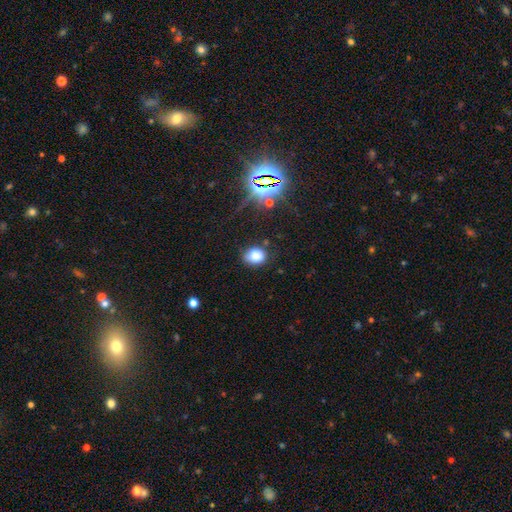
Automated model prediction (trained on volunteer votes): This appears to be a smooth galaxy with no disk features (78%) that is in between round and cigar-shaped (50%). Merging: none (72%).